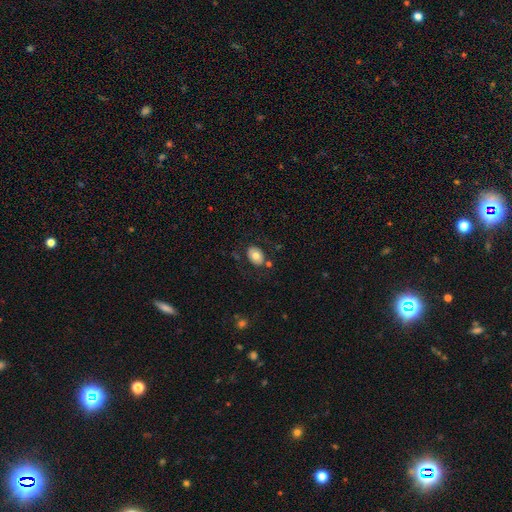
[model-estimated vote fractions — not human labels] Smooth or featured?
  - smooth: 72% *
  - featured or disk: 20%
  - star or artifact: 8%
How rounded?
  - in between: 74% *
  - round: 25%
  - cigar-shaped: 1%
Merging?
  - none: 77% *
  - minor disturbance: 12%
  - merger: 5%
  - major disturbance: 5%